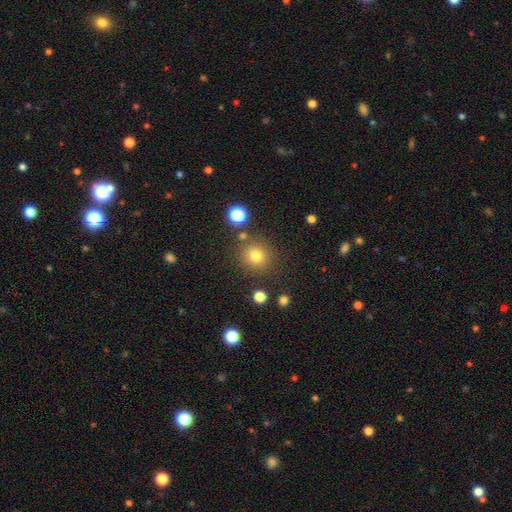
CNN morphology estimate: smooth 79%, star or artifact 14%, featured or disk 7%. Down the decision tree: how rounded — round (91%); merging — none (83%).